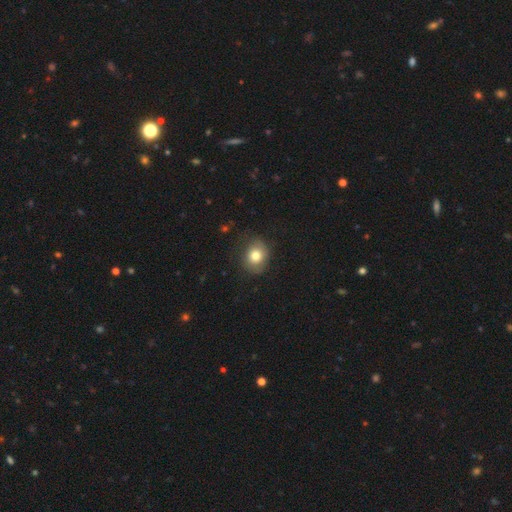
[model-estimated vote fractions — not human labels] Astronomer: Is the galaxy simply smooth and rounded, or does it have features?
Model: smooth — 78%.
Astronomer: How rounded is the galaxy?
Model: round — 62%.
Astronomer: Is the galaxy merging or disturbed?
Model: none — 78%.